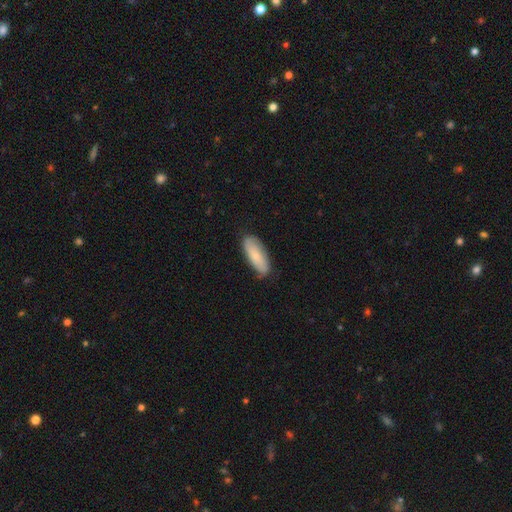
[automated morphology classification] smooth-or-featured: smooth: 74% | featured or disk: 20% | star or artifact: 6%
  how-rounded: in between: 70% | cigar-shaped: 28% | round: 2%
  merging: none: 79% | minor disturbance: 17% | major disturbance: 3% | merger: 1%